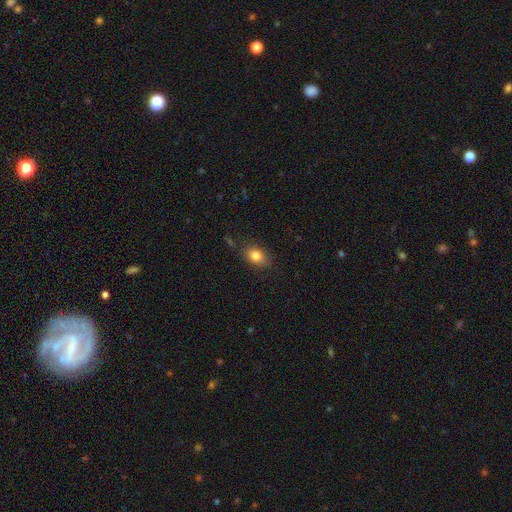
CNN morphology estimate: Q: Smooth or featured?
A: smooth (83%); runner-up: star or artifact (9%)
Q: How rounded?
A: in between (72%); runner-up: round (26%)
Q: Merging?
A: none (80%); runner-up: minor disturbance (15%)